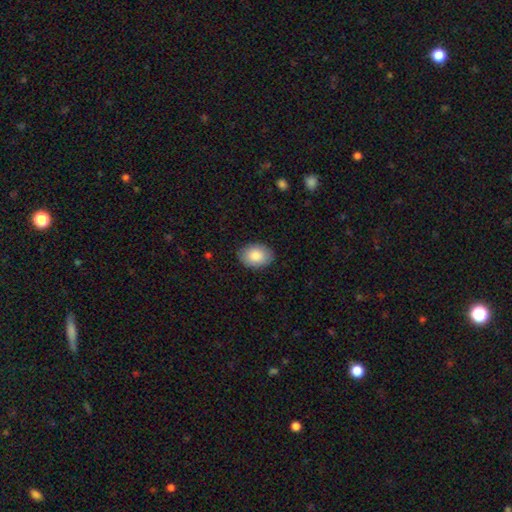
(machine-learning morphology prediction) Smooth or featured?
  - smooth: 85% *
  - featured or disk: 8%
  - star or artifact: 6%
How rounded?
  - in between: 80% *
  - round: 19%
  - cigar-shaped: 1%
Merging?
  - none: 86% *
  - minor disturbance: 11%
  - major disturbance: 2%
  - merger: 1%